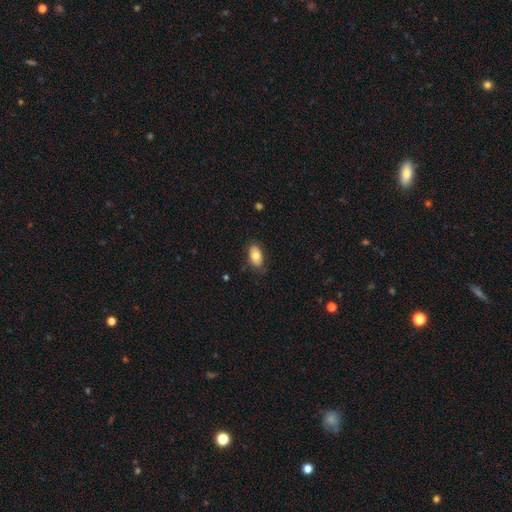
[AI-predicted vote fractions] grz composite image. It shows a smooth galaxy with no disk features (74%) that is in between round and cigar-shaped (92%). Merging: none (78%).